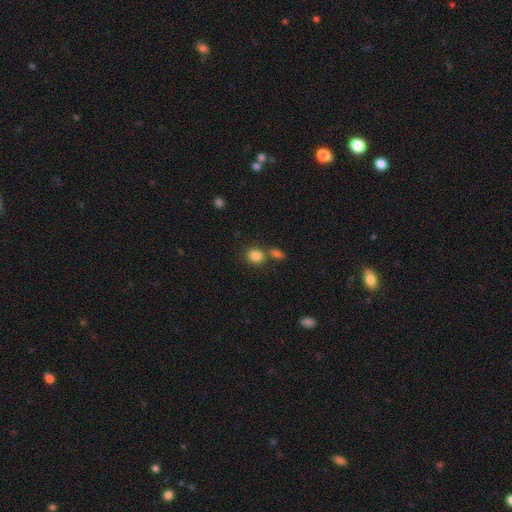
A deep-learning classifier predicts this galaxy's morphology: type=smooth (84%); roundness=round (60%); merging=none (57%).